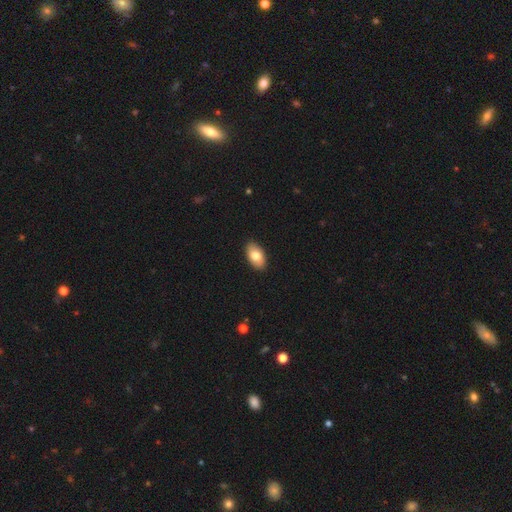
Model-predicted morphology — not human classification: This appears to be a smooth galaxy with no disk features (79%) that is in between round and cigar-shaped (94%). Merging: none (90%).